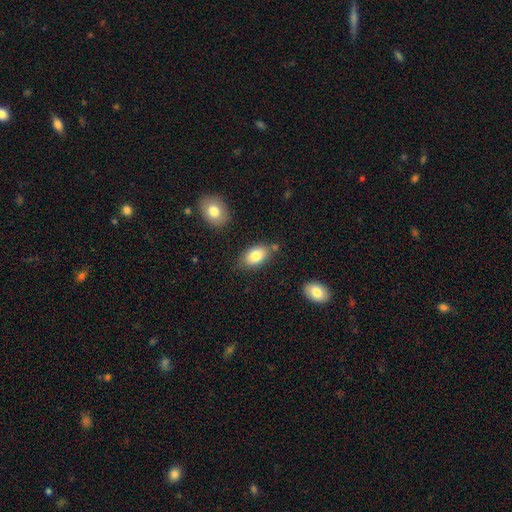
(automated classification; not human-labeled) The model was most divided on "merging": none: 74%, minor disturbance: 15%, merger: 7%, major disturbance: 3%. More confident: how rounded — in between (92%); smooth or featured — smooth (82%).